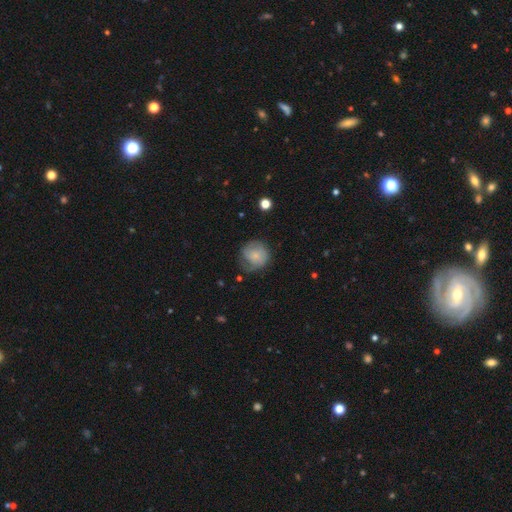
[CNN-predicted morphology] Smooth or featured: smooth — 63% (featured or disk — 30%)
How rounded: round — 87% (in between — 12%)
Merging: none — 56% (minor disturbance — 27%)